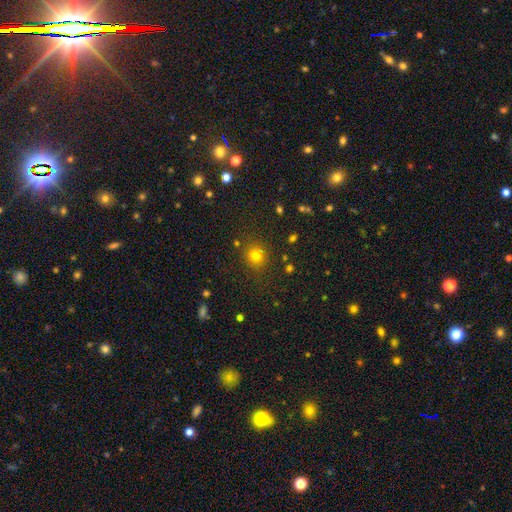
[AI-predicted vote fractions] Q: Smooth or featured?
A: smooth (76%); runner-up: star or artifact (18%)
Q: How rounded?
A: round (89%); runner-up: in between (10%)
Q: Merging?
A: none (86%); runner-up: minor disturbance (8%)